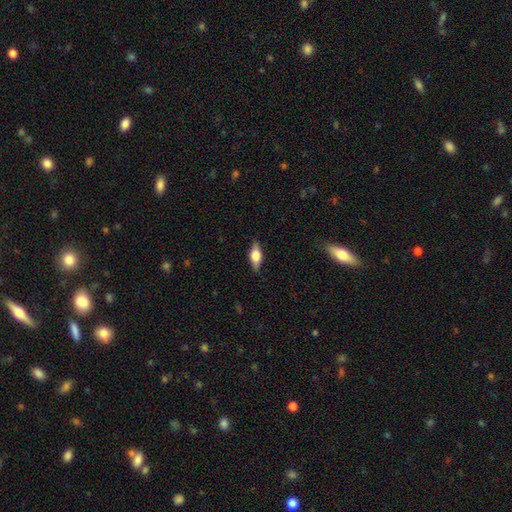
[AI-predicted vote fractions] The model was most divided on "smooth or featured": smooth: 52%, featured or disk: 41%, star or artifact: 7%. More confident: merging — none (85%); how rounded — in between (72%).